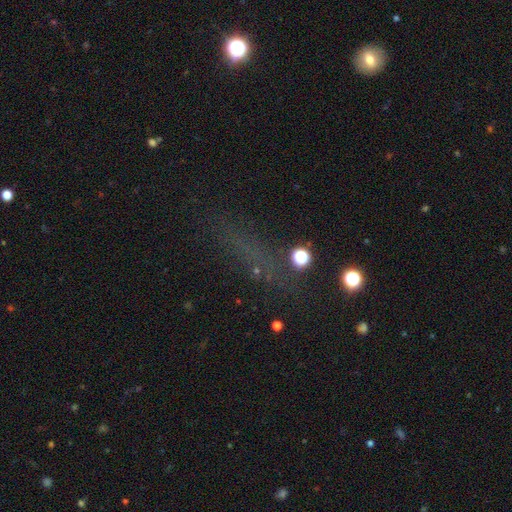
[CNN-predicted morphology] Smooth or featured?
  - star or artifact: 50% *
  - smooth: 31%
  - featured or disk: 19%